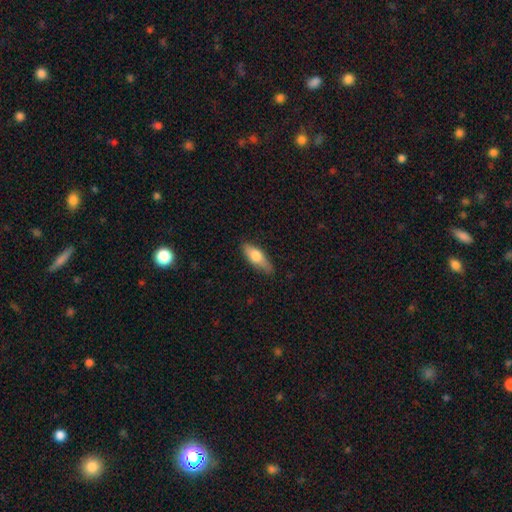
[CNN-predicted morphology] Smooth or featured? Predicted: smooth (p=0.68). How rounded? Predicted: in between (p=0.61). Merging? Predicted: none (p=0.80).